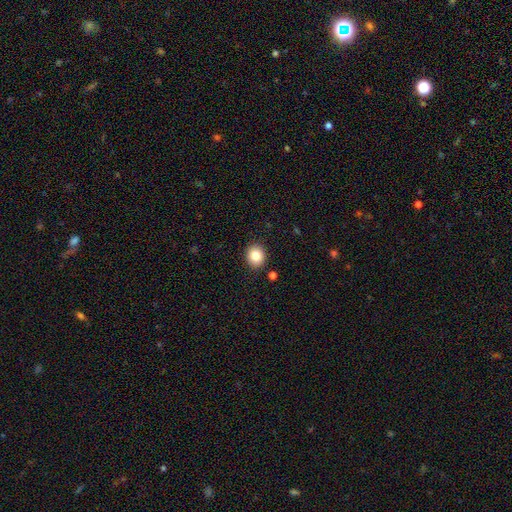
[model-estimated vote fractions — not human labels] Morphology: type=smooth (84%); roundness=round (66%); merging=none (89%).